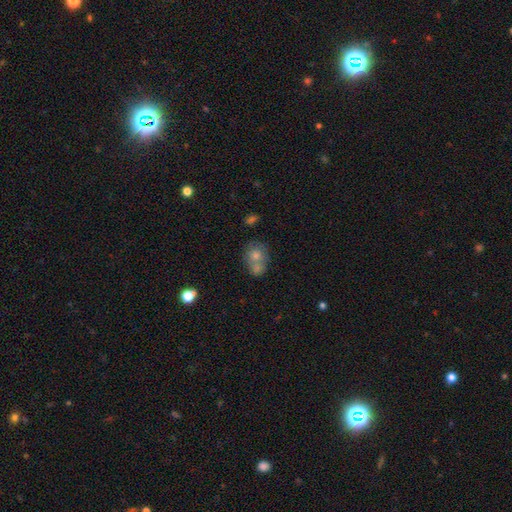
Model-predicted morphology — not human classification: Smooth or featured? smooth (64%)
How rounded? round (63%)
Merging? merger (44%)